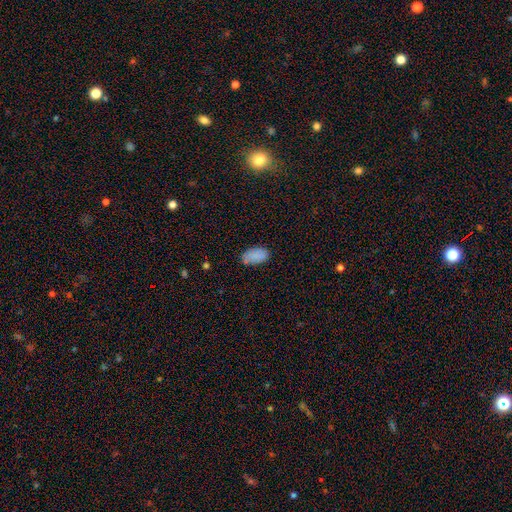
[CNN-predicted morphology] Q: Smooth or featured?
A: smooth (86%); runner-up: star or artifact (8%)
Q: How rounded?
A: in between (95%); runner-up: round (3%)
Q: Merging?
A: none (77%); runner-up: minor disturbance (18%)